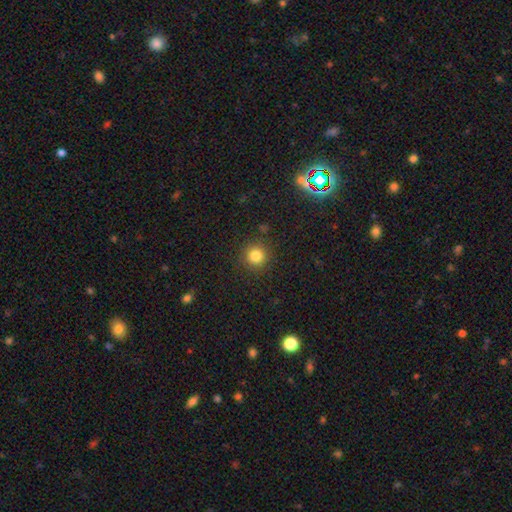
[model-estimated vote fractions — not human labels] Smooth or featured? Predicted: smooth (p=0.82). How rounded? Predicted: round (p=0.94). Merging? Predicted: none (p=0.90).